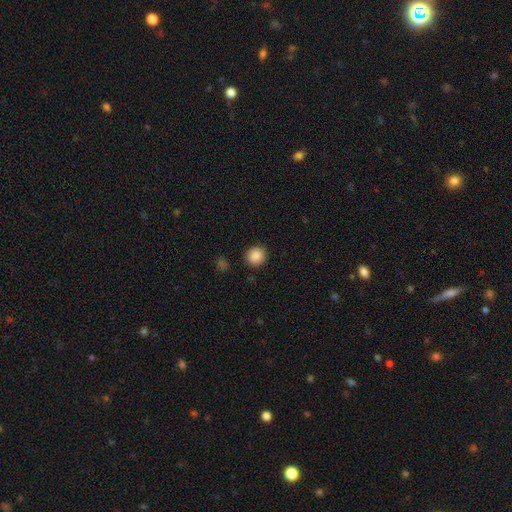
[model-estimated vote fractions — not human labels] Smooth or featured? smooth (88%)
How rounded? round (88%)
Merging? none (89%)